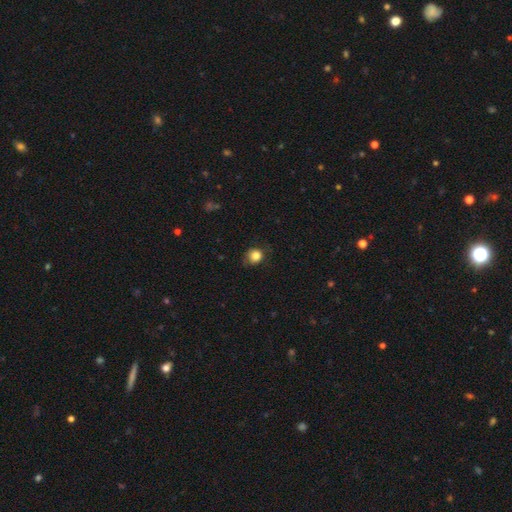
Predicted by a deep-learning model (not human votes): The model was most divided on "merging": none: 68%, minor disturbance: 24%, major disturbance: 7%, merger: 1%. More confident: smooth or featured — smooth (84%); how rounded — round (80%).